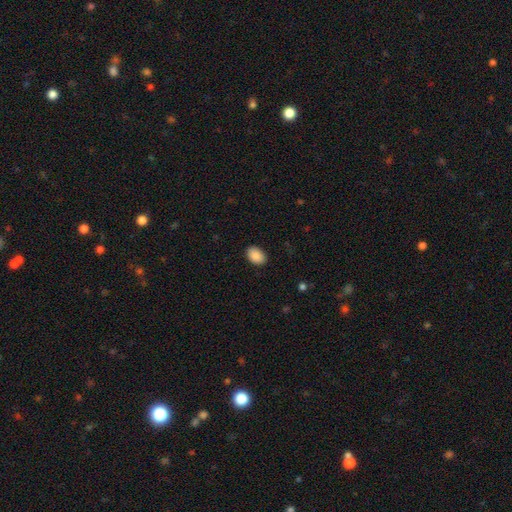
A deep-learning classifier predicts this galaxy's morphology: This appears to be a smooth galaxy with no disk features (90%) that is in between round and cigar-shaped (86%). Merging: none (88%).